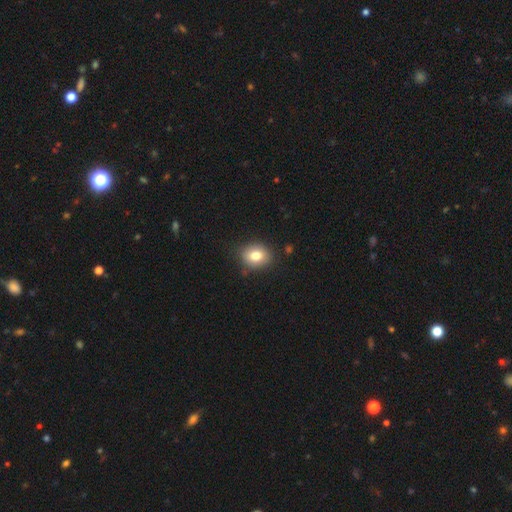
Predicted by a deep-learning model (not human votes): smooth 81%, featured or disk 10%, star or artifact 10%. Down the decision tree: how rounded — round (53%); merging — none (84%).